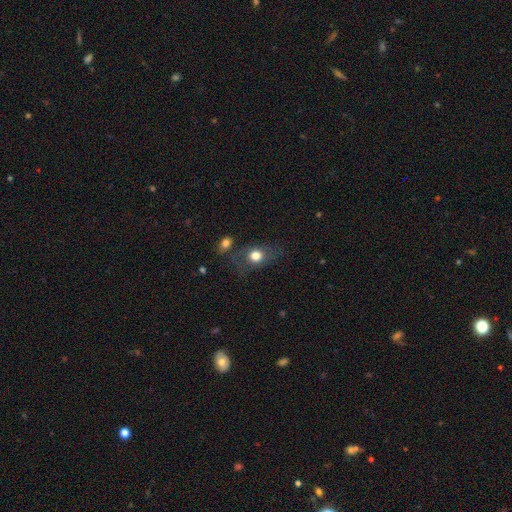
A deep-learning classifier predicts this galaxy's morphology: This appears to be a smooth galaxy with no disk features (74%) that is round (50%). Merging: none (61%).